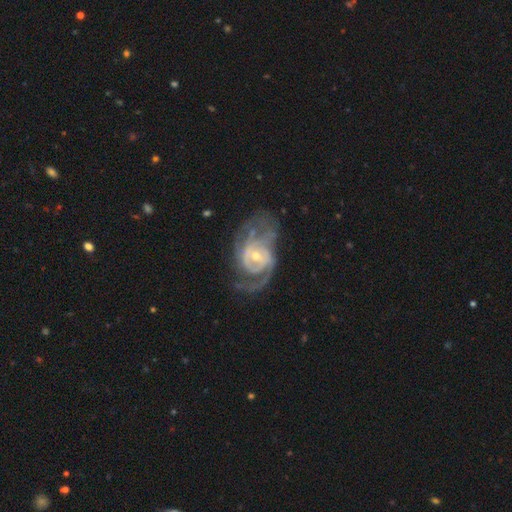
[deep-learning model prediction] This is clearly a featured or disk galaxy (88%). It is clearly not viewed edge-on (97%). Bar: possibly no (51%). Spiral arm pattern: clearly yes (92%). Spiral arm count: possibly 2 (47%). Spiral winding: marginally tight (44%). Central bulge: possibly small (57%). Merging: possibly none (49%).